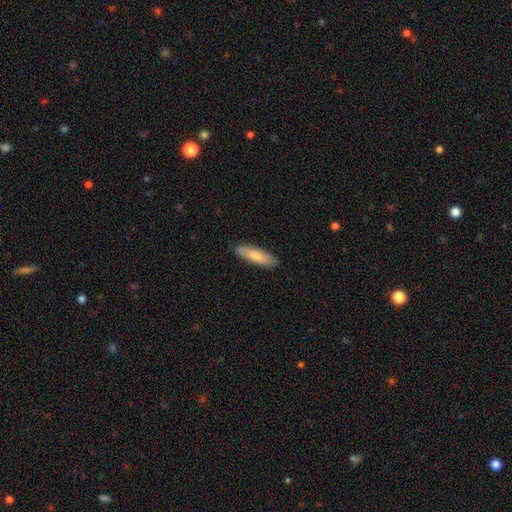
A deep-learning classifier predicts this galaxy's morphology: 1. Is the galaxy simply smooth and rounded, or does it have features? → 78% smooth, 17% featured or disk, 5% star or artifact.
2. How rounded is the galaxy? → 65% cigar-shaped, 34% in between, 1% round.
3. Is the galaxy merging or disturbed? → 87% none, 10% minor disturbance, 2% major disturbance, 1% merger.